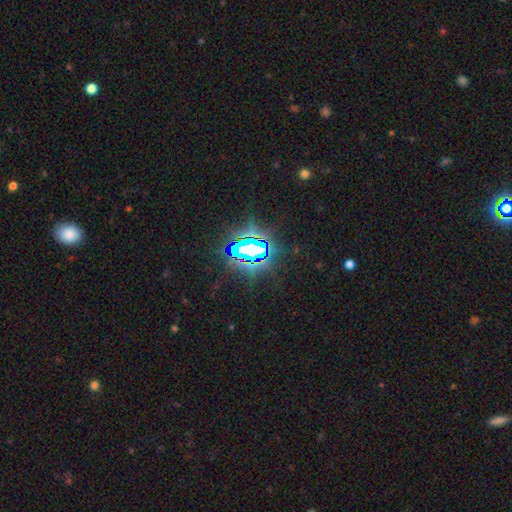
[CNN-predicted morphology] Smooth or featured? Predicted: star or artifact (p=0.79).